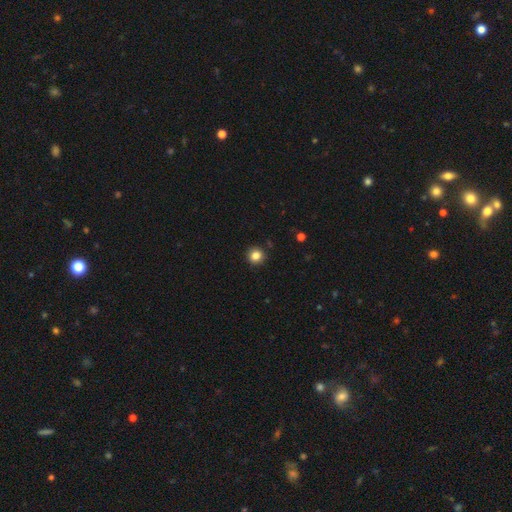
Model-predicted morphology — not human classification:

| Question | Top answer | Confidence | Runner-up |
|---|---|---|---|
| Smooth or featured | smooth | 84% | star or artifact (11%) |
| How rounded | round | 92% | in between (8%) |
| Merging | none | 91% | minor disturbance (6%) |